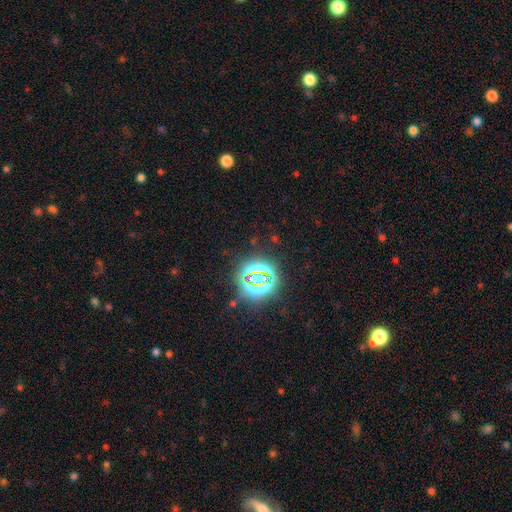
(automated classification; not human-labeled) star or artifact 78%, smooth 16%, featured or disk 6%.